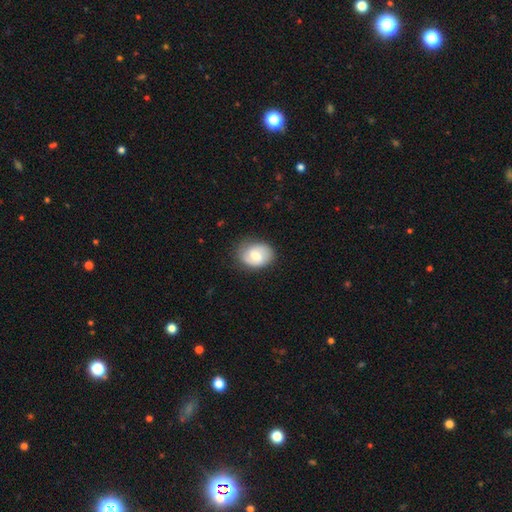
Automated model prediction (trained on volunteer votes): A smooth galaxy with no disk features (50%) that is in between round and cigar-shaped (61%). Merging: none (77%).